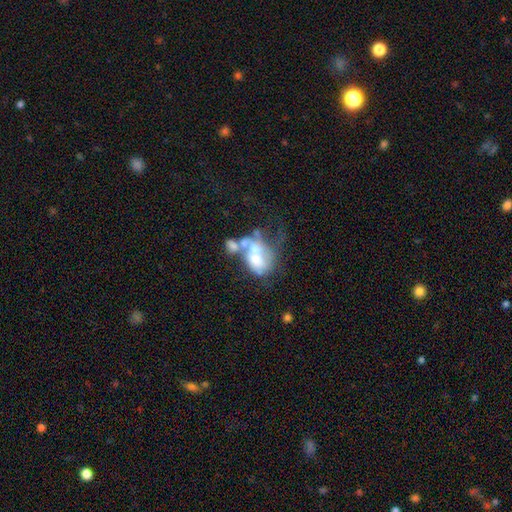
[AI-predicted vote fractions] Overall: featured or disk (53%; smooth 36%). Edge-on disk: no (97%). Bar: no (82%). Spiral arms: no (83%). Bulge size: moderate (34%; none 25%). Merging: merger (52%; major disturbance 27%).